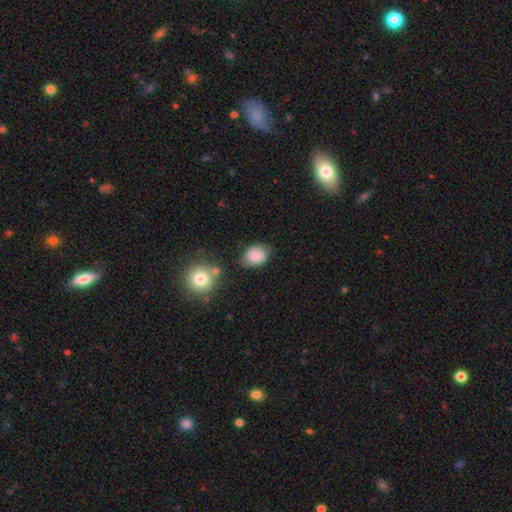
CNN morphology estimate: This is likely a smooth galaxy (80%). How rounded: possibly in between (56%). Merging: likely none (67%).